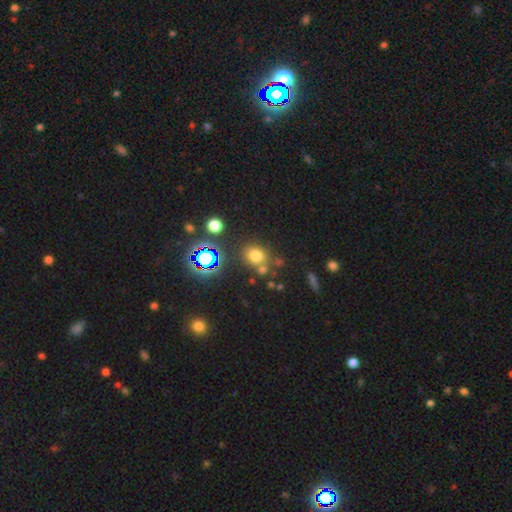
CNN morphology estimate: This is likely a smooth galaxy (69%). How rounded: likely round (67%). Merging: likely none (69%).